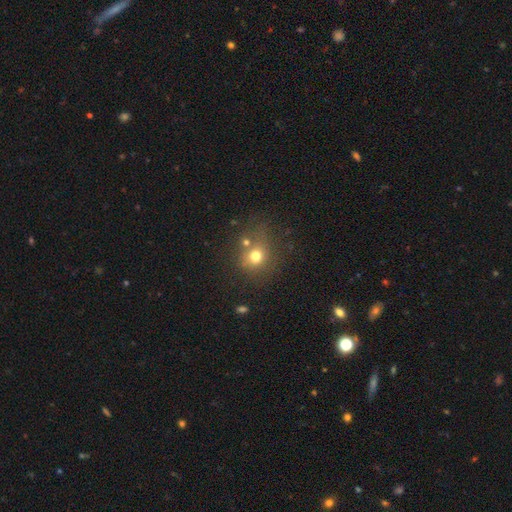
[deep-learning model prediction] Smooth or featured: smooth — 72% (star or artifact — 16%)
How rounded: round — 78% (in between — 21%)
Merging: none — 61% (merger — 16%)